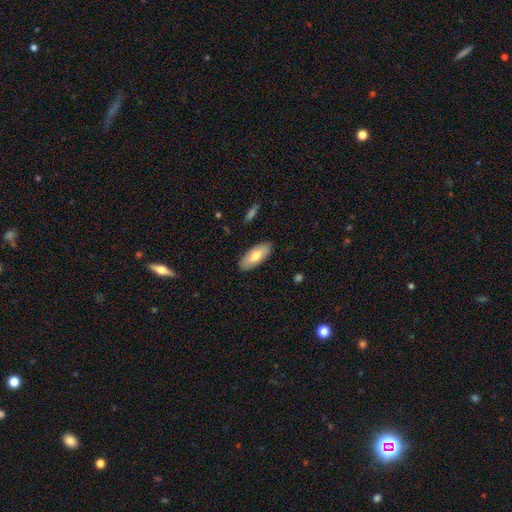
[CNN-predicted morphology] smooth 72%, featured or disk 22%, star or artifact 6%. Down the decision tree: how rounded — in between (85%); merging — none (88%).